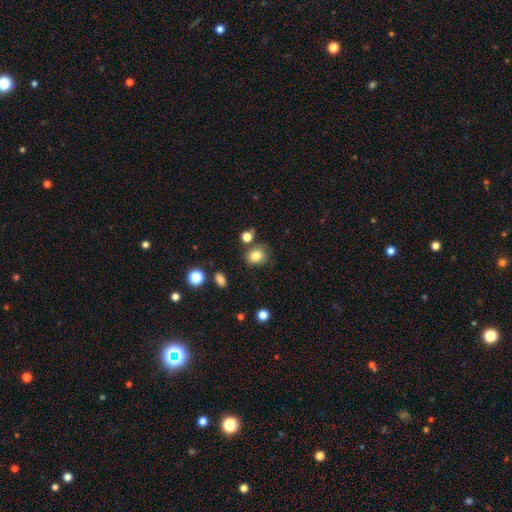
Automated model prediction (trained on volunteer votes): smooth_or_featured: smooth (p=0.82) [alt: star or artifact p=0.11]
how_rounded: round (p=0.69) [alt: in between p=0.30]
merging: none (p=0.74) [alt: minor disturbance p=0.14]